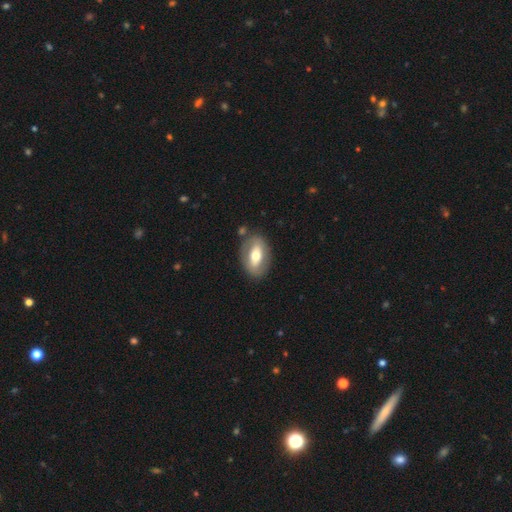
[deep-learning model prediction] The model was most divided on "smooth or featured": smooth: 48%, featured or disk: 46%, star or artifact: 6%. More confident: merging — none (78%).